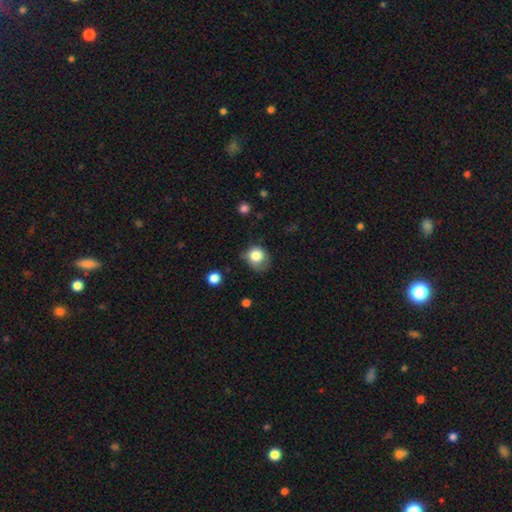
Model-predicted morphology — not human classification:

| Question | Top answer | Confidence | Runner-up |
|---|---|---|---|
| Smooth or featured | smooth | 81% | star or artifact (10%) |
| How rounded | round | 74% | in between (25%) |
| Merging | none | 50% | minor disturbance (34%) |